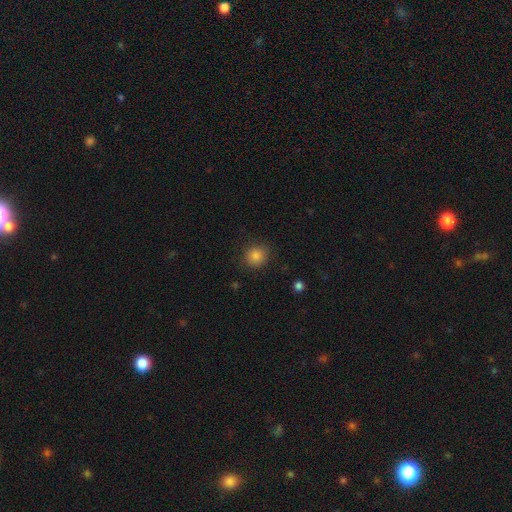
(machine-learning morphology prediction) This is clearly a smooth galaxy (85%). How rounded: clearly round (88%). Merging: clearly none (87%).